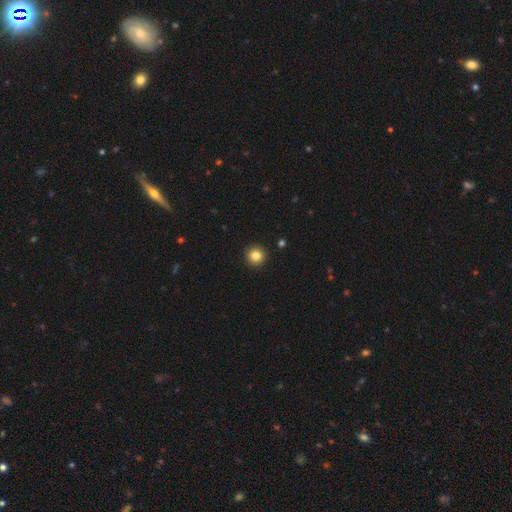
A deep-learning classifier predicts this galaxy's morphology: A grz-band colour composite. It shows a smooth galaxy with no disk features (84%) that is round (96%). Merging: none (93%).